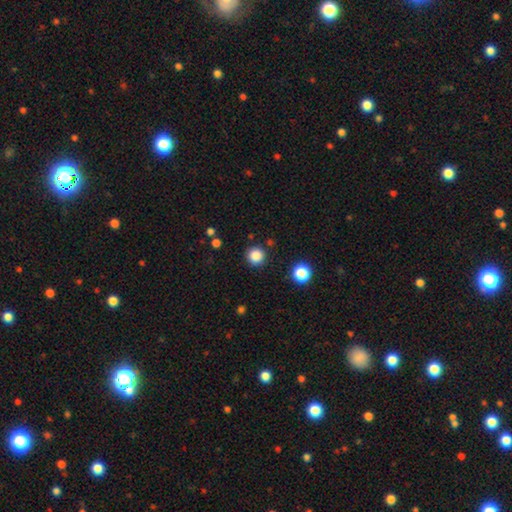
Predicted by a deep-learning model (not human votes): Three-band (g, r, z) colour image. It shows a smooth galaxy with no disk features (85%) that is round (95%). Merging: none (90%).